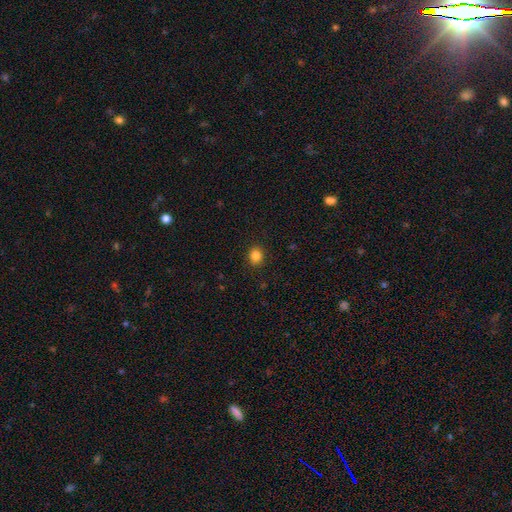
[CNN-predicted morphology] Q: Smooth or featured?
A: smooth (84%); runner-up: star or artifact (11%)
Q: How rounded?
A: round (74%); runner-up: in between (25%)
Q: Merging?
A: none (90%); runner-up: minor disturbance (7%)